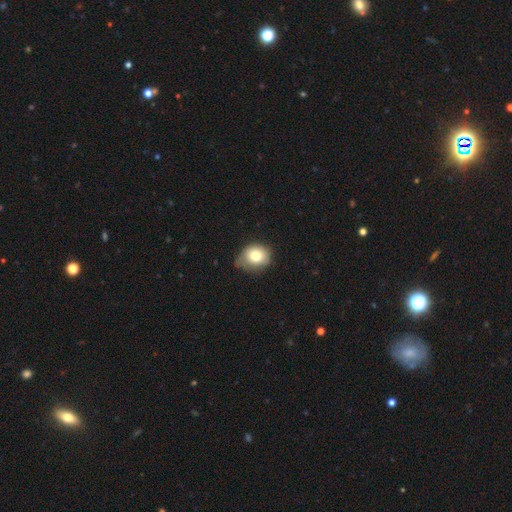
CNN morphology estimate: Smooth or featured? smooth (78%)
How rounded? round (58%)
Merging? none (49%)